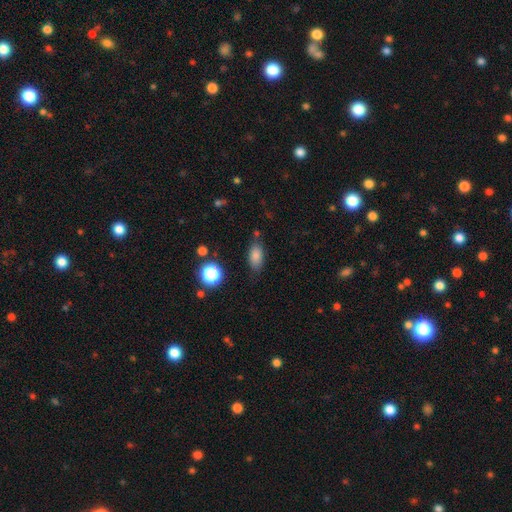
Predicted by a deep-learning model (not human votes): This is clearly a smooth galaxy (82%). How rounded: clearly in between (85%). Merging: likely none (76%).